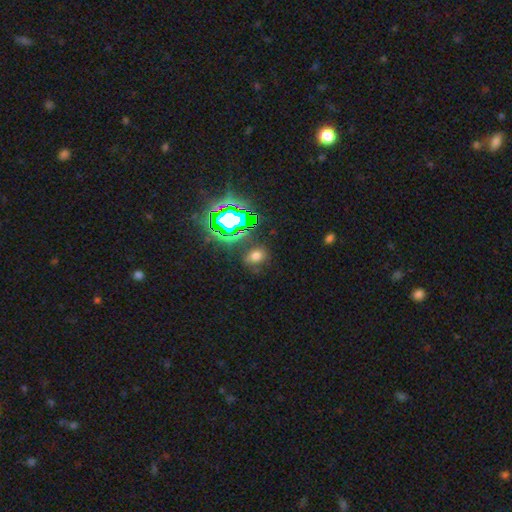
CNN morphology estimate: Smooth or featured: smooth — 53% (star or artifact — 37%)
How rounded: in between — 64% (round — 34%)
Merging: none — 78% (minor disturbance — 13%)